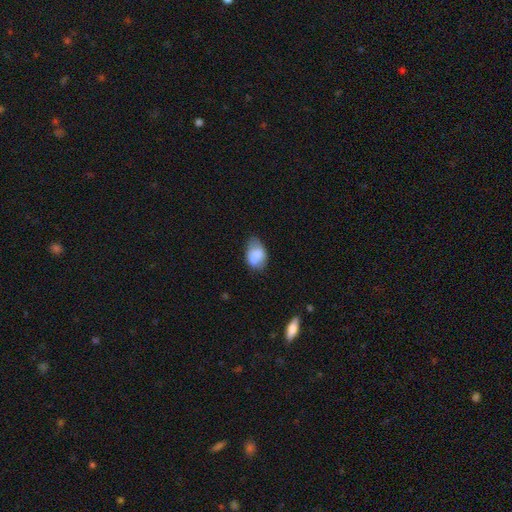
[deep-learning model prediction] A smooth galaxy with no disk features (70%) that is in between round and cigar-shaped (83%).

Vote fractions:
- Smooth or featured? smooth: 70% / featured or disk: 21% / star or artifact: 9%
- How rounded? in between: 83% / round: 16% / cigar-shaped: 1%
- Merging? none: 38% / minor disturbance: 30% / merger: 21% / major disturbance: 12%